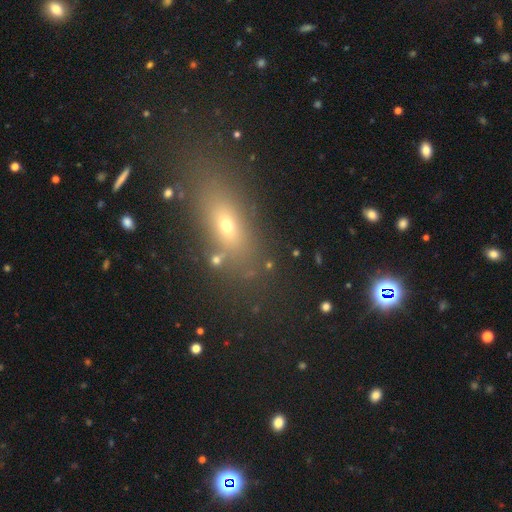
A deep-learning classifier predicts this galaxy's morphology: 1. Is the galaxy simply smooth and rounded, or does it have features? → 54% smooth, 26% star or artifact, 20% featured or disk.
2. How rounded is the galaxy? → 58% in between, 30% cigar-shaped, 11% round.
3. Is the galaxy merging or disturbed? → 79% none, 11% minor disturbance, 6% major disturbance, 4% merger.